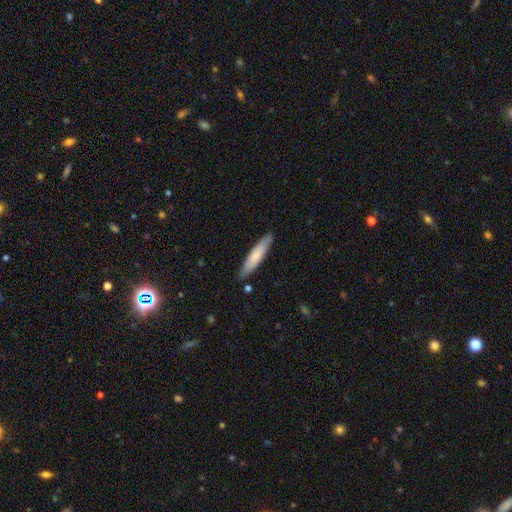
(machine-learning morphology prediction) Q: Smooth or featured?
A: smooth (72%); runner-up: featured or disk (23%)
Q: How rounded?
A: cigar-shaped (88%); runner-up: in between (11%)
Q: Merging?
A: none (87%); runner-up: minor disturbance (10%)